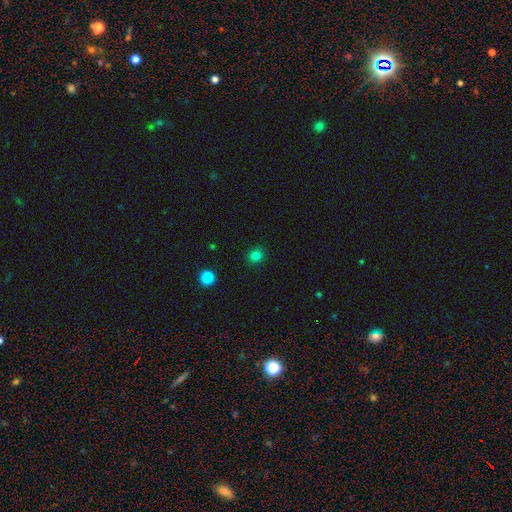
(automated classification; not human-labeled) Overall: smooth (81%). How rounded: round (85%). Merging: none (90%).